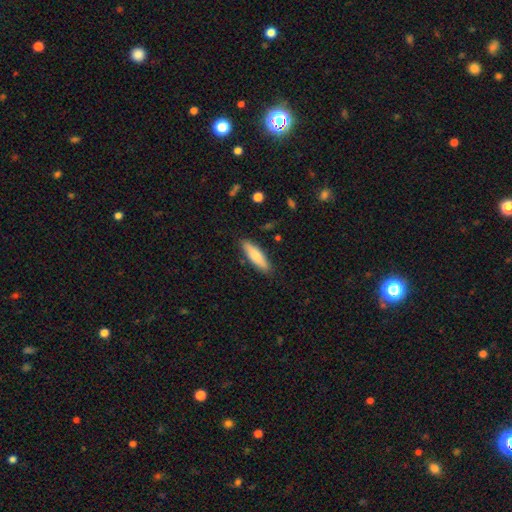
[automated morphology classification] This is likely a smooth galaxy (78%). How rounded: possibly cigar-shaped (60%). Merging: clearly none (86%).